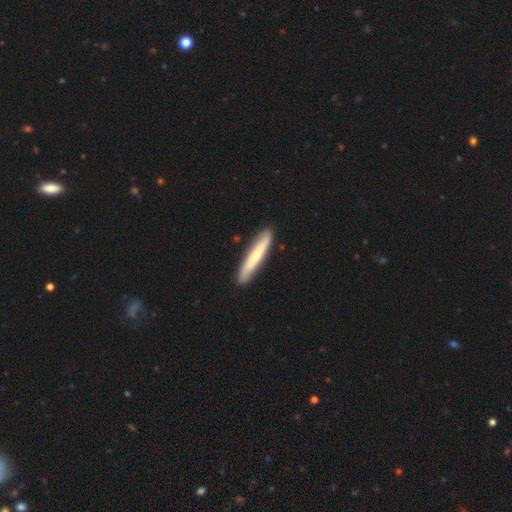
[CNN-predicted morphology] A smooth galaxy with no disk features (58%) that is cigar-shaped (93%). Merging: none (90%).